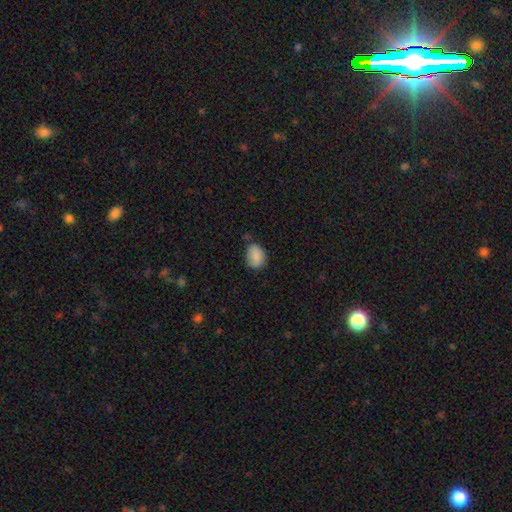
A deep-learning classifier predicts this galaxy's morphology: The model was most divided on "merging": none: 58%, minor disturbance: 32%, major disturbance: 6%, merger: 4%. More confident: smooth or featured — smooth (85%); how rounded — in between (72%).